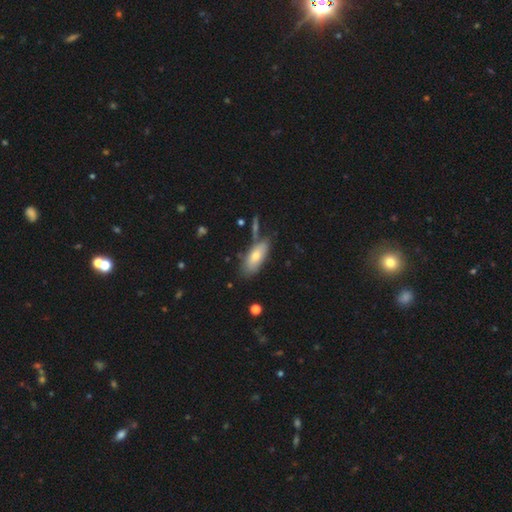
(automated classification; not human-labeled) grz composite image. It shows a smooth galaxy with no disk features (68%) that is in between round and cigar-shaped (81%). Merging: none (67%).